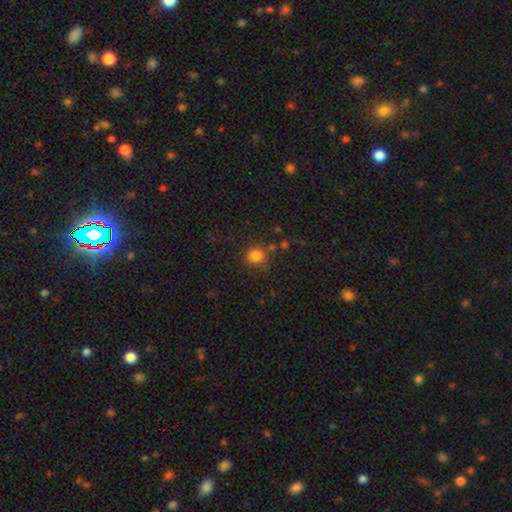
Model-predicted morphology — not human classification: Smooth or featured?
  - smooth: 81% *
  - star or artifact: 13%
  - featured or disk: 6%
How rounded?
  - round: 85% *
  - in between: 14%
  - cigar-shaped: 1%
Merging?
  - none: 79% *
  - minor disturbance: 12%
  - major disturbance: 5%
  - merger: 5%